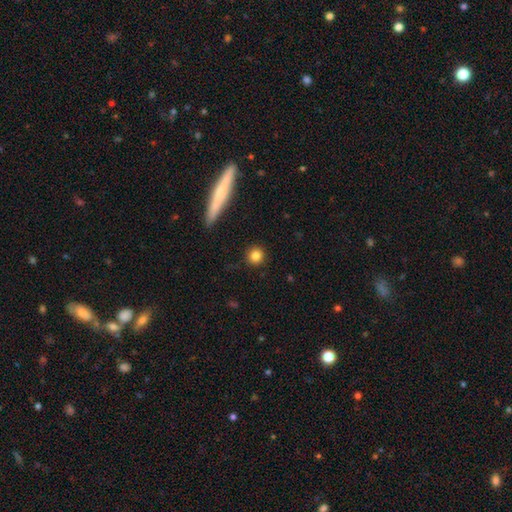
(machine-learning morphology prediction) This appears to be a smooth galaxy with no disk features (84%) that is round (92%). Merging: none (90%).